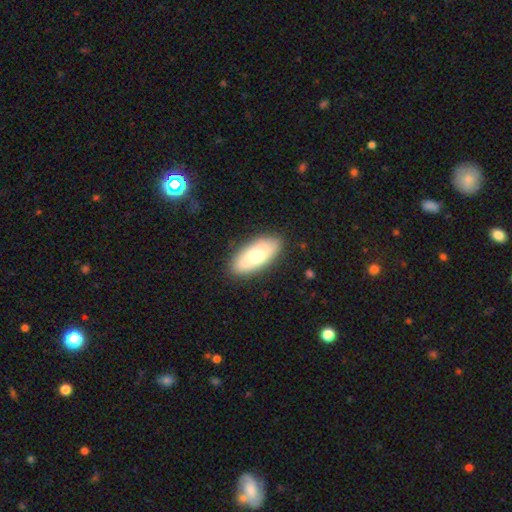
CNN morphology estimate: The model was most divided on "smooth or featured": smooth: 70%, featured or disk: 24%, star or artifact: 6%. More confident: how rounded — in between (87%); merging — none (87%).